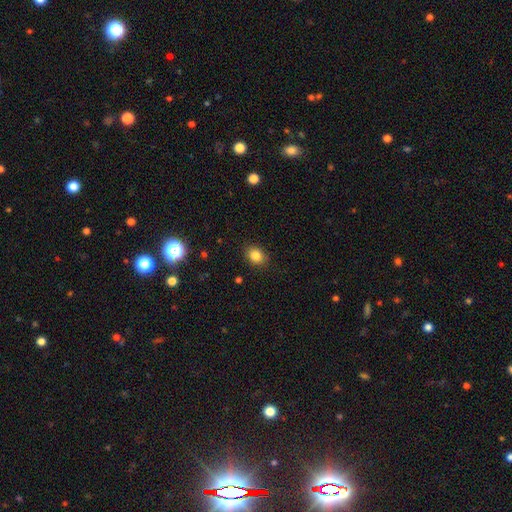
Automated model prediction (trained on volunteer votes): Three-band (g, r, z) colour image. It shows a smooth galaxy with no disk features (83%) that is in between round and cigar-shaped (50%). Merging: none (87%).